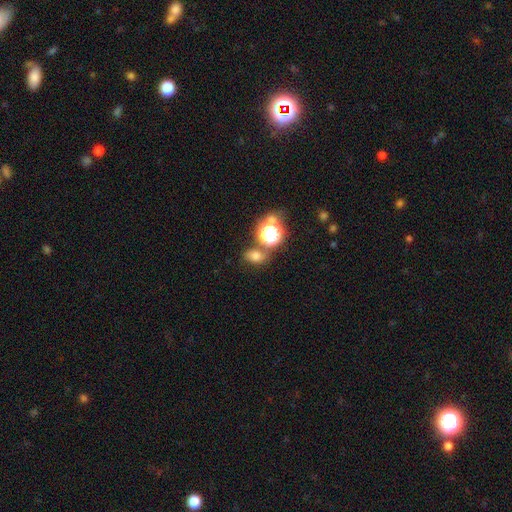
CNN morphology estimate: smooth_or_featured: smooth (p=0.64) [alt: star or artifact p=0.25]
how_rounded: in between (p=0.61) [alt: round p=0.37]
merging: none (p=0.64) [alt: merger p=0.15]